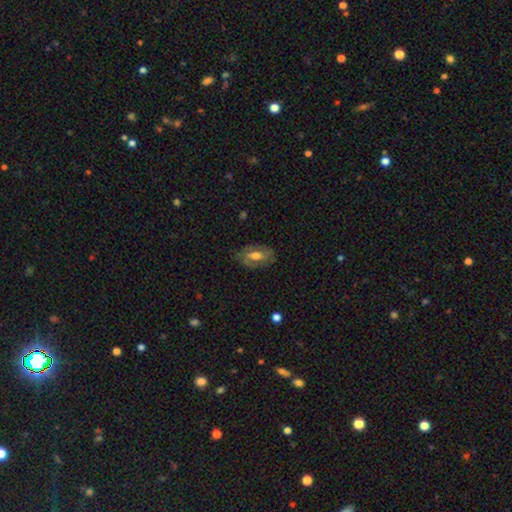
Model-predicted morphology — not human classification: Smooth or featured: featured or disk — 52% (smooth — 40%)
Edge-on disk: no — 89% (yes — 11%)
Merging: none — 75% (minor disturbance — 18%)